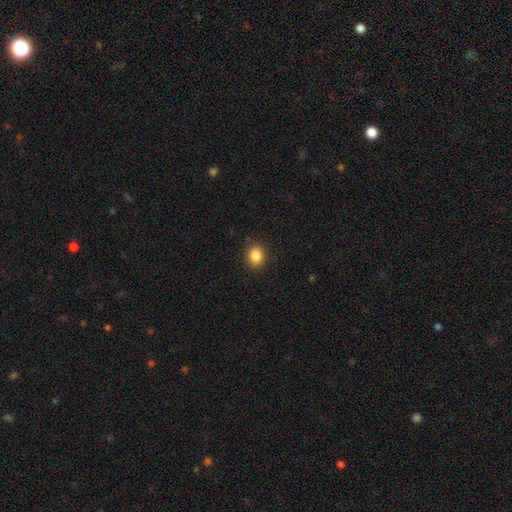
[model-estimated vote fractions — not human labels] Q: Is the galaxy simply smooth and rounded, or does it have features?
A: smooth — 85%.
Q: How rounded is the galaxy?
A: round — 69%.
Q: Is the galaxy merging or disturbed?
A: none — 87%.